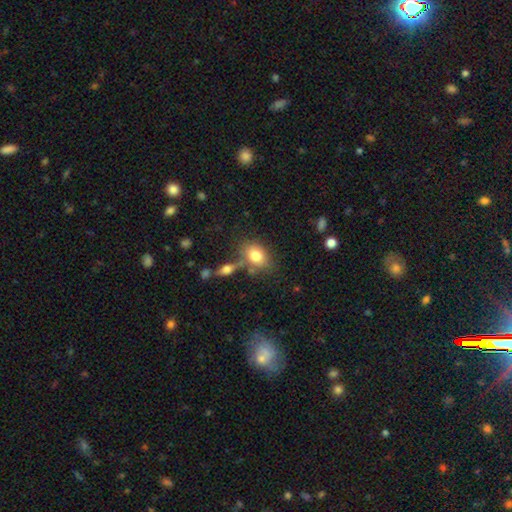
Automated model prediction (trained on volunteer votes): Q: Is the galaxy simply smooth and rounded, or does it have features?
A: smooth — 79%.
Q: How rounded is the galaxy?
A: in between — 78%.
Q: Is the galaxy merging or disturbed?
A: none — 64%.